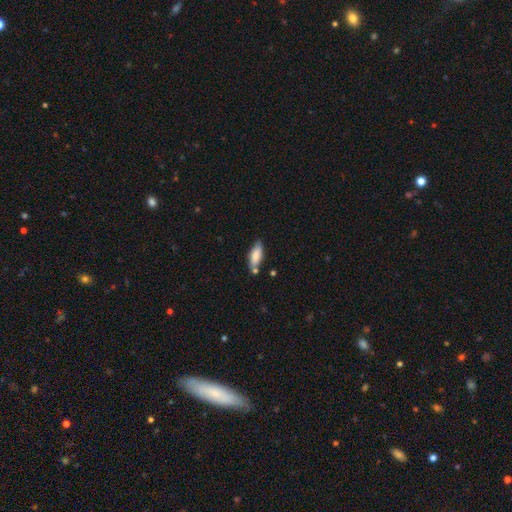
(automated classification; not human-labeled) Q: Smooth or featured?
A: smooth (82%); runner-up: featured or disk (12%)
Q: How rounded?
A: in between (68%); runner-up: cigar-shaped (30%)
Q: Merging?
A: none (68%); runner-up: minor disturbance (18%)